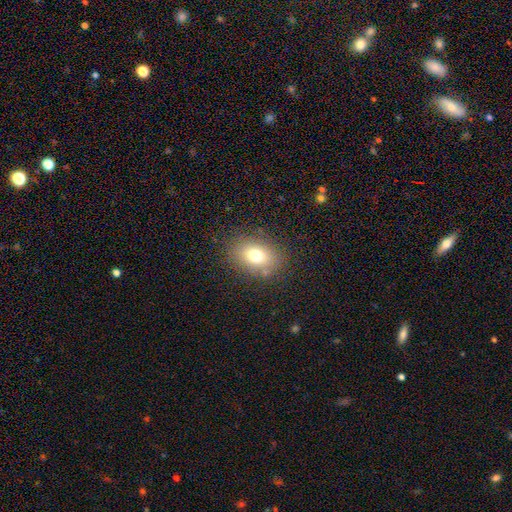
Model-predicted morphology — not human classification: smooth_or_featured: smooth (p=0.74) [alt: featured or disk p=0.13]
how_rounded: in between (p=0.69) [alt: round p=0.29]
merging: none (p=0.82) [alt: minor disturbance p=0.11]